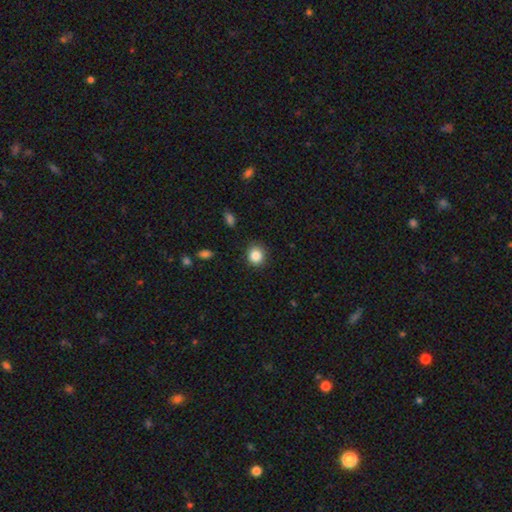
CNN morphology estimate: type=smooth (86%); roundness=round (83%); merging=none (88%).